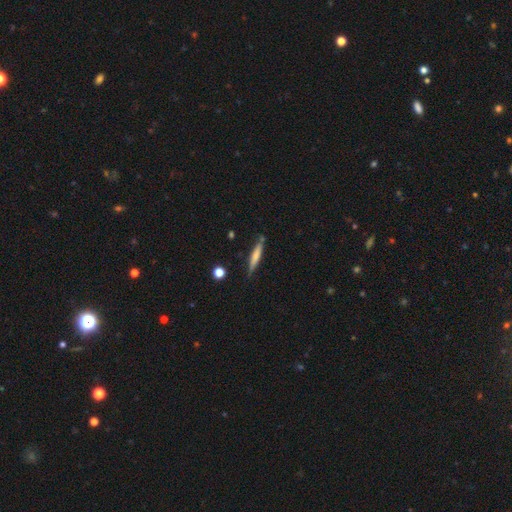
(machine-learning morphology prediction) smooth_or_featured: smooth (p=0.61) [alt: featured or disk p=0.33]
how_rounded: cigar-shaped (p=0.91) [alt: in between p=0.07]
merging: none (p=0.79) [alt: minor disturbance p=0.15]